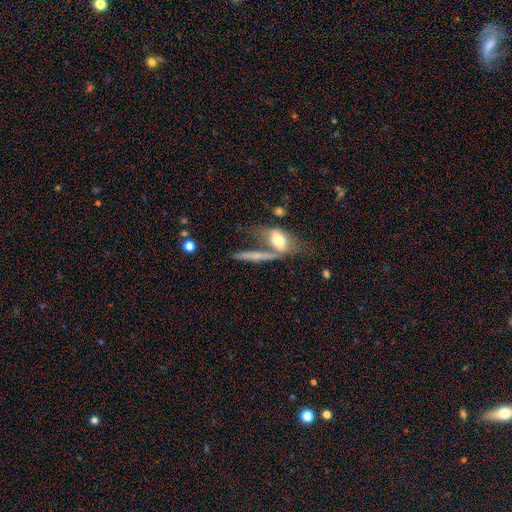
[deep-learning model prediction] Smooth or featured? Predicted: smooth (p=0.48). Merging? Predicted: none (p=0.40).